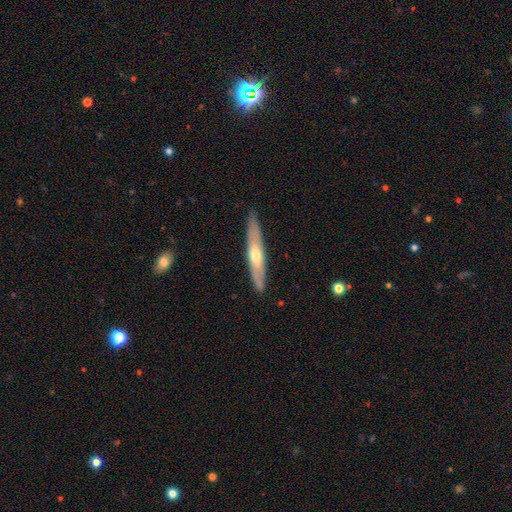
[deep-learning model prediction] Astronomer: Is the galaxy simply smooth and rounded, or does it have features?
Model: featured or disk — 54% (runner-up: smooth, 41%).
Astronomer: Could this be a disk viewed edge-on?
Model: yes — 78%.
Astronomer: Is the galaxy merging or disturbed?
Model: none — 87%.